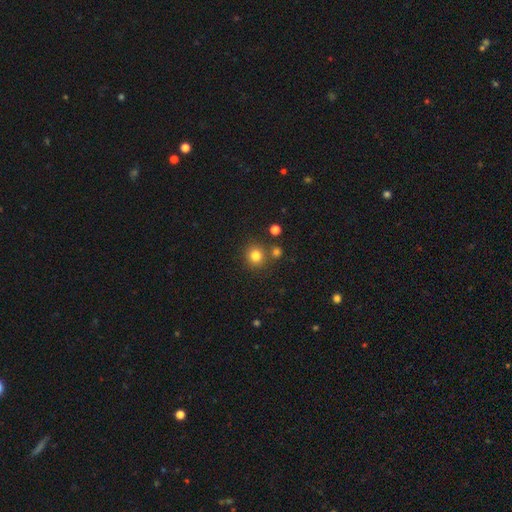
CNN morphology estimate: smooth-or-featured: smooth: 79% | star or artifact: 14% | featured or disk: 7%
  how-rounded: round: 90% | in between: 9% | cigar-shaped: 1%
  merging: none: 77% | merger: 11% | minor disturbance: 8% | major disturbance: 3%